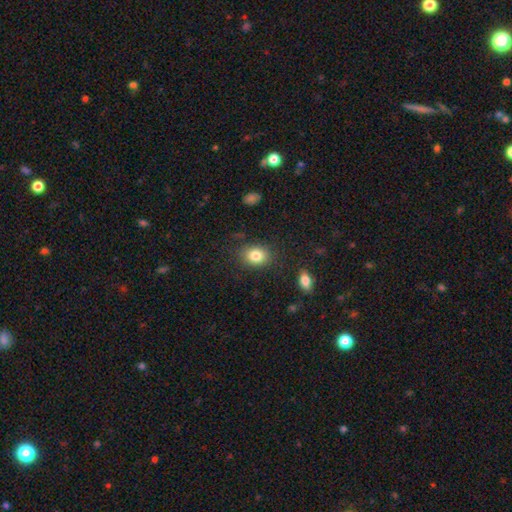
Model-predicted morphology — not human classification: smooth_or_featured: smooth (p=0.82) [alt: star or artifact p=0.10]
how_rounded: in between (p=0.60) [alt: round p=0.39]
merging: none (p=0.83) [alt: minor disturbance p=0.12]